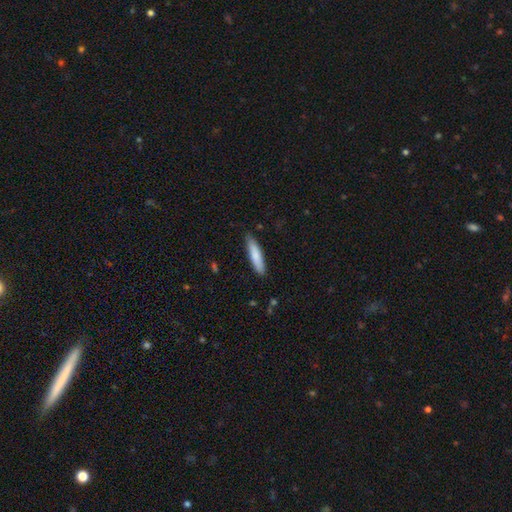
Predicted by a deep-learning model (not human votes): smooth_or_featured: smooth (p=0.81) [alt: featured or disk p=0.14]
how_rounded: cigar-shaped (p=0.82) [alt: in between p=0.17]
merging: none (p=0.85) [alt: minor disturbance p=0.12]